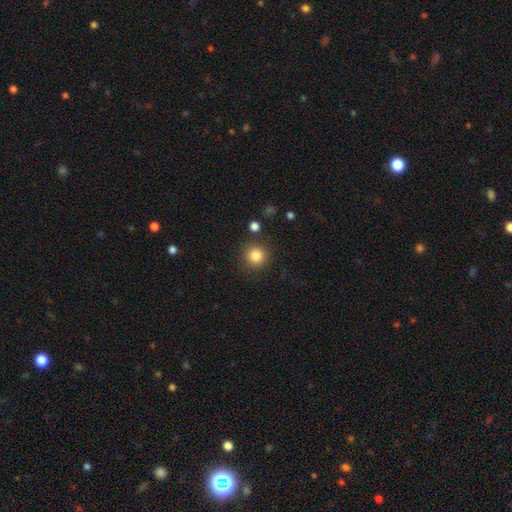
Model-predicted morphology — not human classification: Smooth or featured?
  - smooth: 84% *
  - star or artifact: 11%
  - featured or disk: 5%
How rounded?
  - round: 93% *
  - in between: 6%
  - cigar-shaped: 1%
Merging?
  - none: 86% *
  - minor disturbance: 7%
  - merger: 3%
  - major disturbance: 3%